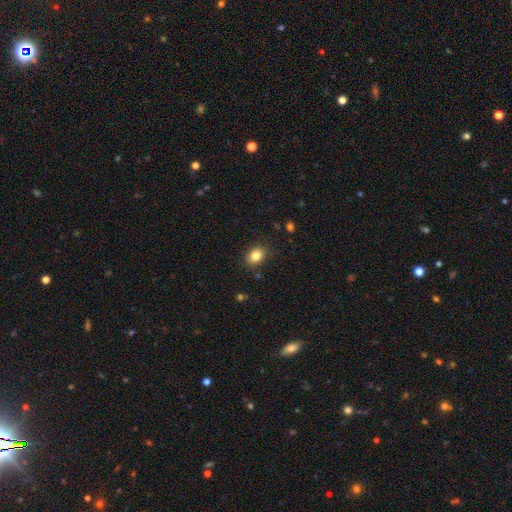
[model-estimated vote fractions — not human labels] Smooth or featured? Predicted: smooth (p=0.83). How rounded? Predicted: in between (p=0.60). Merging? Predicted: none (p=0.86).